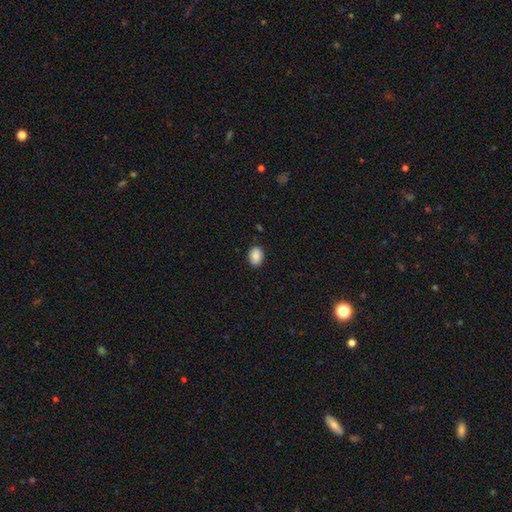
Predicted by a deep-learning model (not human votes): Smooth or featured? Predicted: smooth (p=0.89). How rounded? Predicted: in between (p=0.75). Merging? Predicted: none (p=0.87).